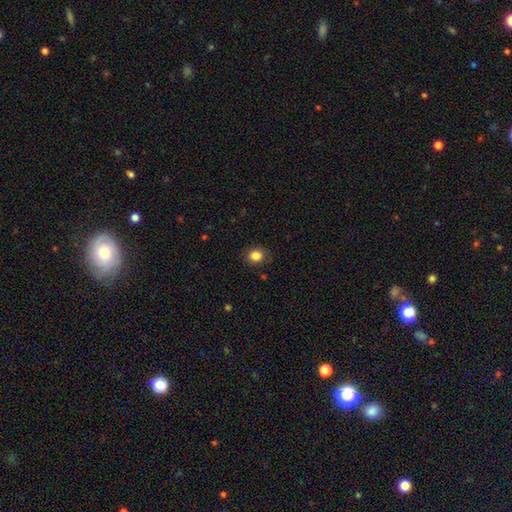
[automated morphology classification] Smooth or featured? Predicted: smooth (p=0.85). How rounded? Predicted: round (p=0.71). Merging? Predicted: none (p=0.86).